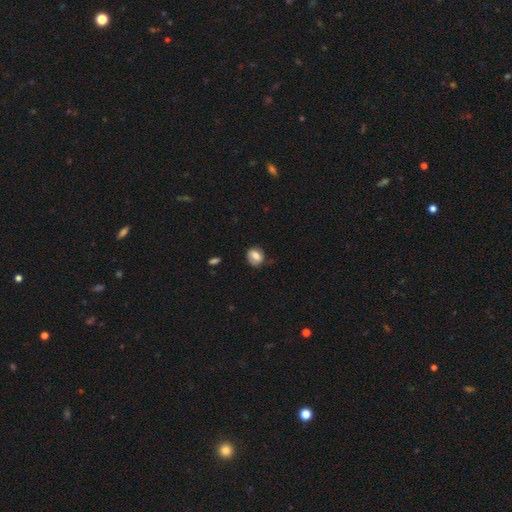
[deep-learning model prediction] smooth 71%, featured or disk 21%, star or artifact 8%. Down the decision tree: how rounded — round (53%); merging — none (71%).